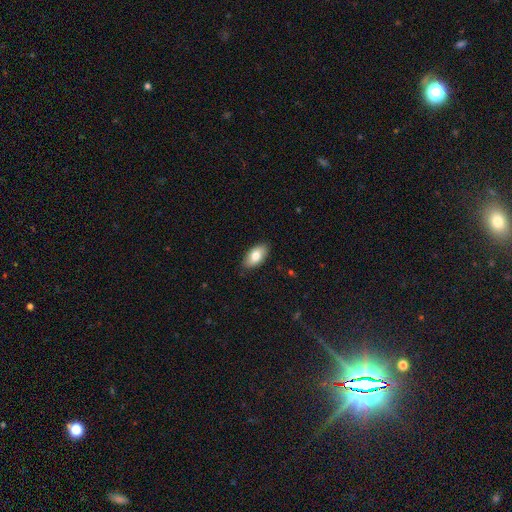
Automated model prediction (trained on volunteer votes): A smooth galaxy with no disk features (78%) that is in between round and cigar-shaped (93%). Merging: none (85%).